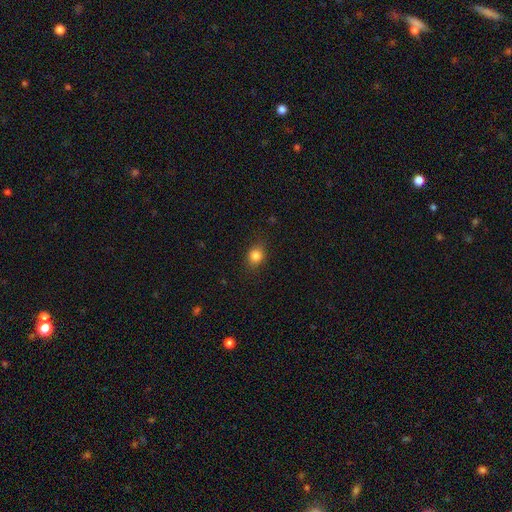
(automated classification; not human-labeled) Smooth or featured? smooth (83%)
How rounded? round (62%)
Merging? none (85%)